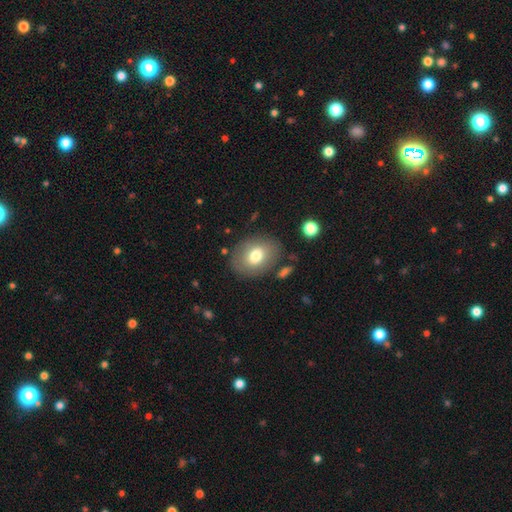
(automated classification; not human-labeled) Smooth or featured? smooth (72%)
How rounded? in between (64%)
Merging? none (79%)